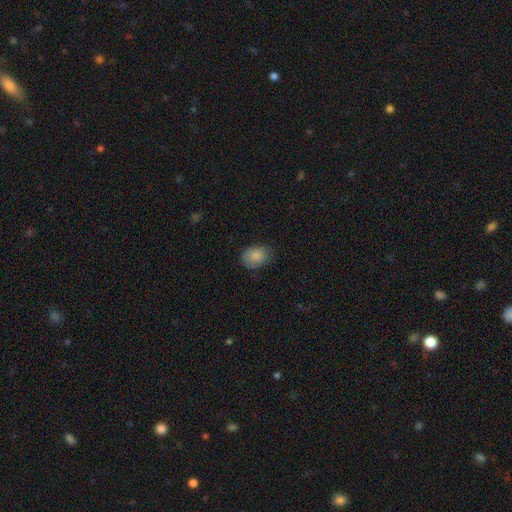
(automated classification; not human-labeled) A smooth galaxy with no disk features (86%) that is in between round and cigar-shaped (67%).

Vote fractions:
- Smooth or featured? smooth: 86% / star or artifact: 8% / featured or disk: 6%
- How rounded? in between: 67% / round: 32% / cigar-shaped: 1%
- Merging? none: 70% / minor disturbance: 23% / major disturbance: 5% / merger: 1%